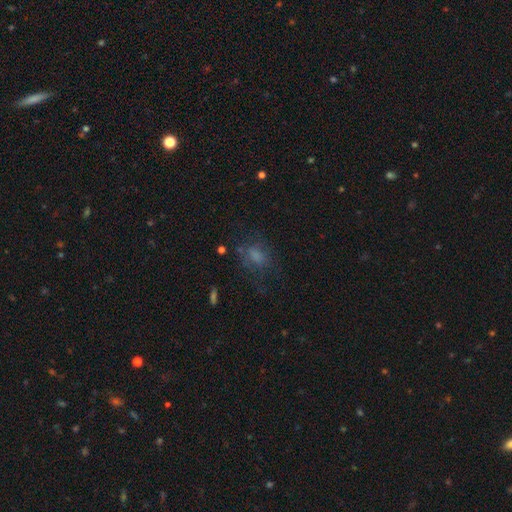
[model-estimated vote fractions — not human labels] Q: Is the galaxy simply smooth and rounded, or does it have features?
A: smooth — 60%.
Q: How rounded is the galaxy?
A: in between — 66%.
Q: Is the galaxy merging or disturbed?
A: none — 55%.